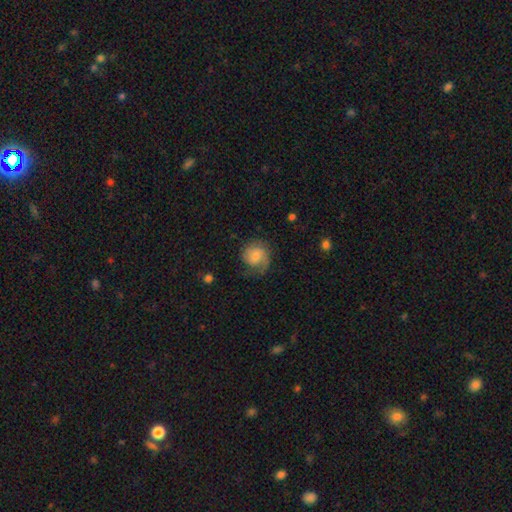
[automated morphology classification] smooth-or-featured: smooth: 48% | featured or disk: 44% | star or artifact: 8%
  merging: none: 58% | minor disturbance: 24% | major disturbance: 16% | merger: 1%